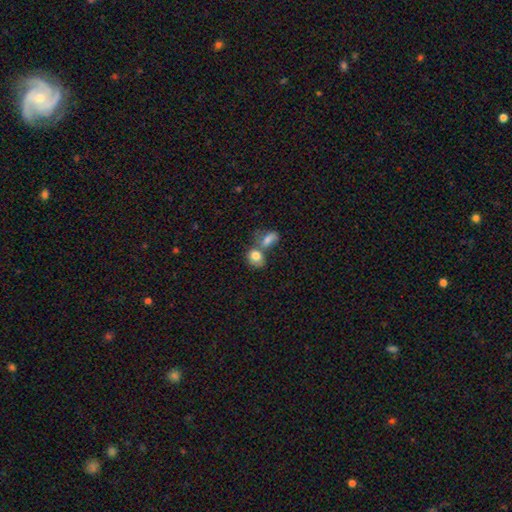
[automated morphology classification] Overall: smooth (80%). How rounded: in between (53%; round 45%). Merging: merger (53%; none 32%).